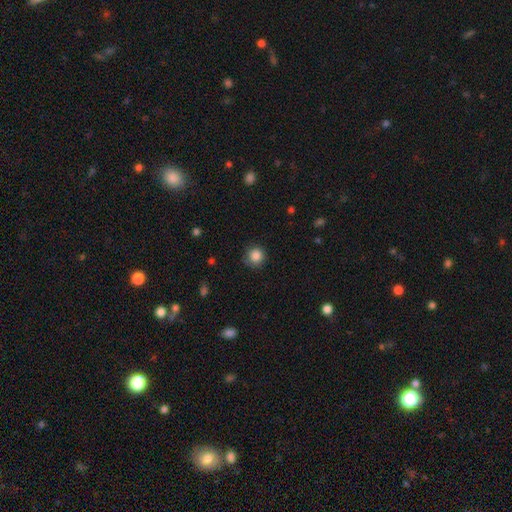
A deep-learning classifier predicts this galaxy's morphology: The model was most divided on "merging": none: 80%, minor disturbance: 15%, major disturbance: 3%, merger: 1%. More confident: how rounded — round (93%); smooth or featured — smooth (86%).